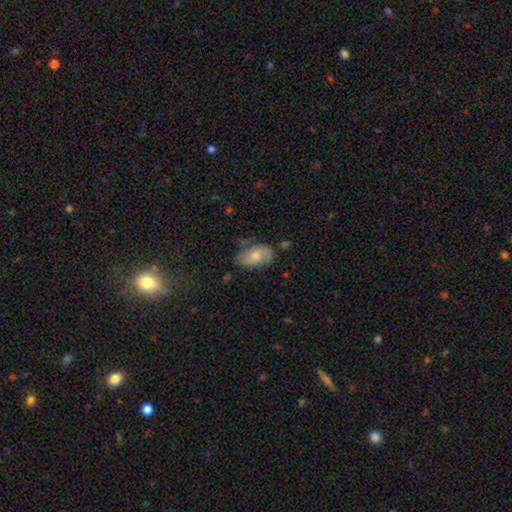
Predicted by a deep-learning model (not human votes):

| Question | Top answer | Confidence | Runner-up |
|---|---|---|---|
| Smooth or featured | smooth | 51% | featured or disk (42%) |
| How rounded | in between | 89% | round (9%) |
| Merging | none | 62% | minor disturbance (27%) |